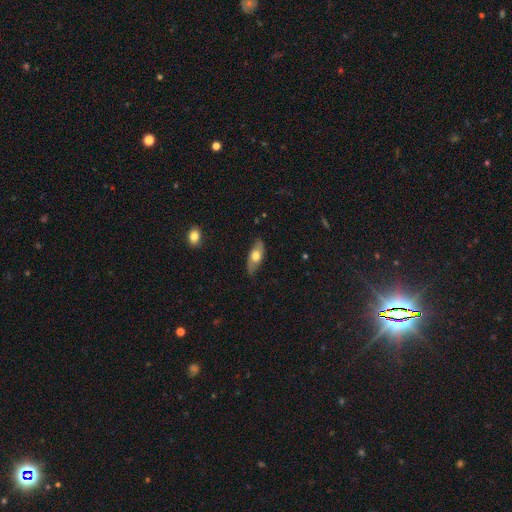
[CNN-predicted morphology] A smooth galaxy with no disk features (58%) that is in between round and cigar-shaped (77%). Merging: none (81%).